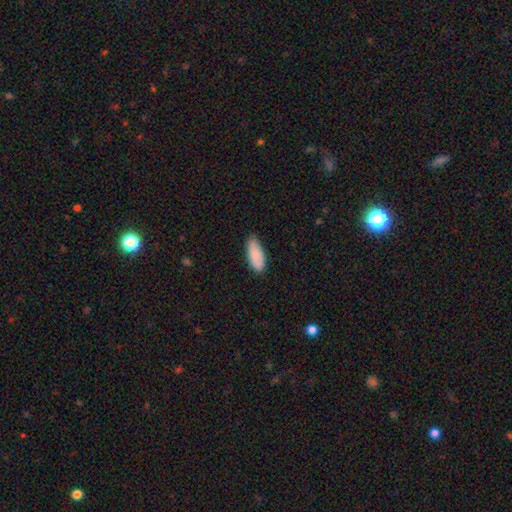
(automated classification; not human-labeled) Smooth or featured: smooth — 86% (featured or disk — 8%)
How rounded: in between — 83% (cigar-shaped — 15%)
Merging: none — 77% (minor disturbance — 19%)